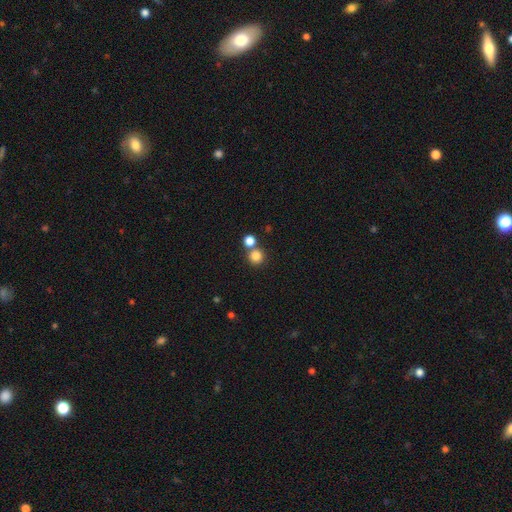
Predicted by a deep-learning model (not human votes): smooth_or_featured: smooth (p=0.82) [alt: star or artifact p=0.12]
how_rounded: round (p=0.93) [alt: in between p=0.06]
merging: none (p=0.66) [alt: merger p=0.25]